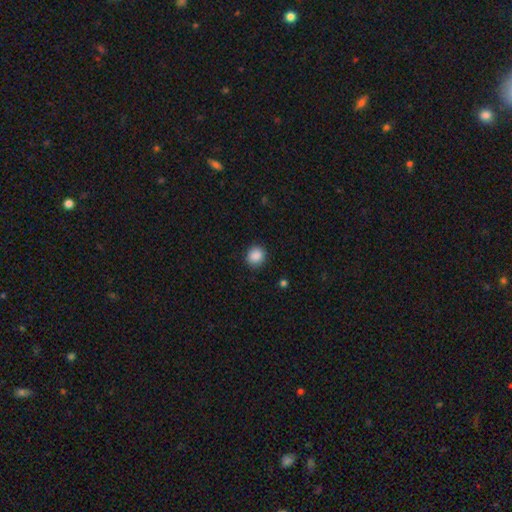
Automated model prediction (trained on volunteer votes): Smooth or featured: smooth — 88% (star or artifact — 9%)
How rounded: round — 83% (in between — 16%)
Merging: none — 88% (minor disturbance — 8%)